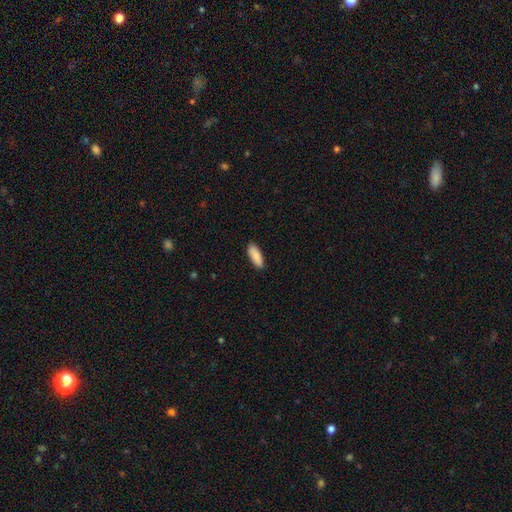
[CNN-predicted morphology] This appears to be a smooth galaxy with no disk features (90%) that is in between round and cigar-shaped (72%). Merging: none (90%).